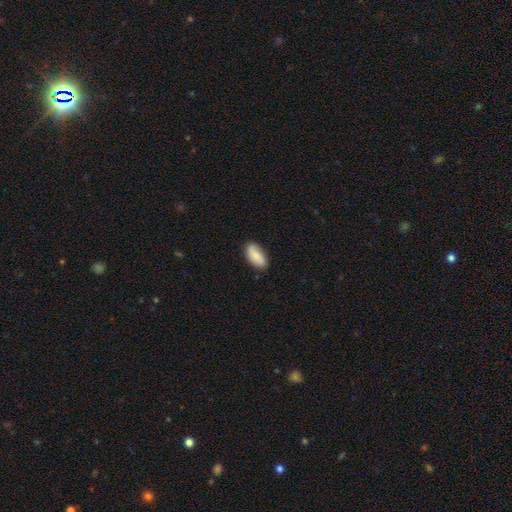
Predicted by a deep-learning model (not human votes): smooth 76%, featured or disk 18%, star or artifact 6%. Down the decision tree: how rounded — in between (92%); merging — none (82%).